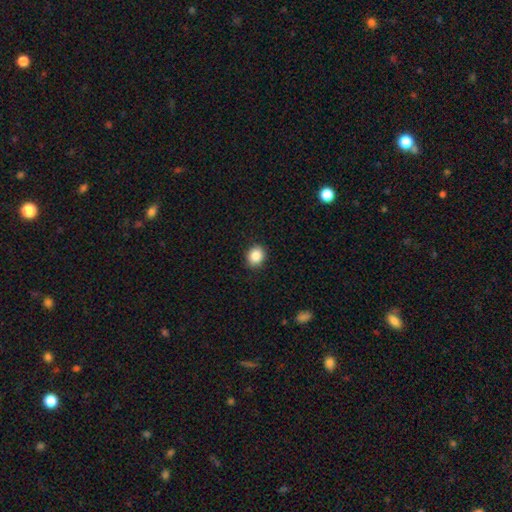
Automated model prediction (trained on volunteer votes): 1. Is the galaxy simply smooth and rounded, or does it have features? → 87% smooth, 9% star or artifact, 4% featured or disk.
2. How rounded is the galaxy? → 69% round, 30% in between, 1% cigar-shaped.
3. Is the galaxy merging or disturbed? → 90% none, 7% minor disturbance, 2% major disturbance, 1% merger.